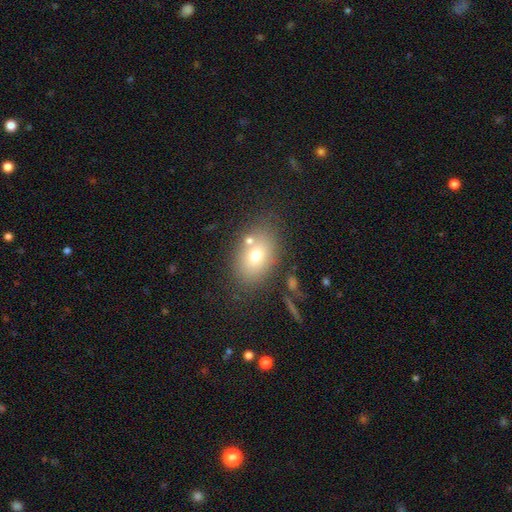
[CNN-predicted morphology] smooth_or_featured: smooth (p=0.71) [alt: featured or disk p=0.17]
how_rounded: in between (p=0.79) [alt: round p=0.19]
merging: none (p=0.72) [alt: minor disturbance p=0.13]